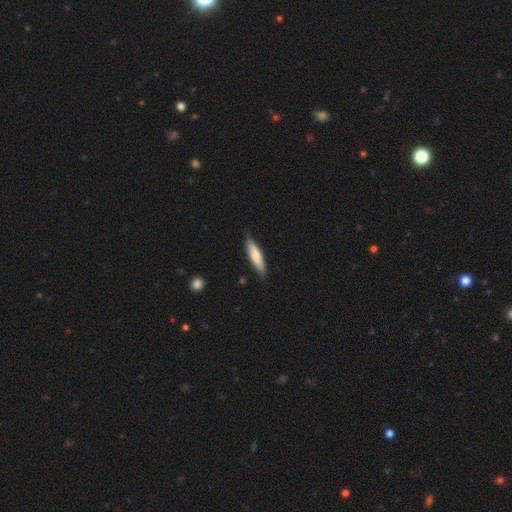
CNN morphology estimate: Smooth or featured? smooth (70%)
How rounded? cigar-shaped (76%)
Merging? none (83%)